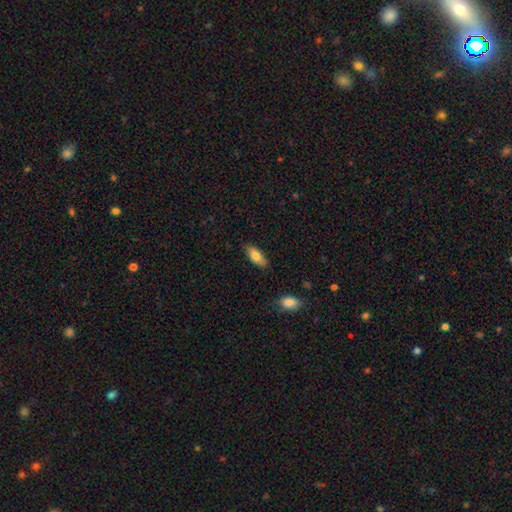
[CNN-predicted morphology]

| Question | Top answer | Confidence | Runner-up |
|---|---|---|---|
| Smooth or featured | smooth | 81% | featured or disk (13%) |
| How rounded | in between | 82% | cigar-shaped (16%) |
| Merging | none | 83% | minor disturbance (13%) |